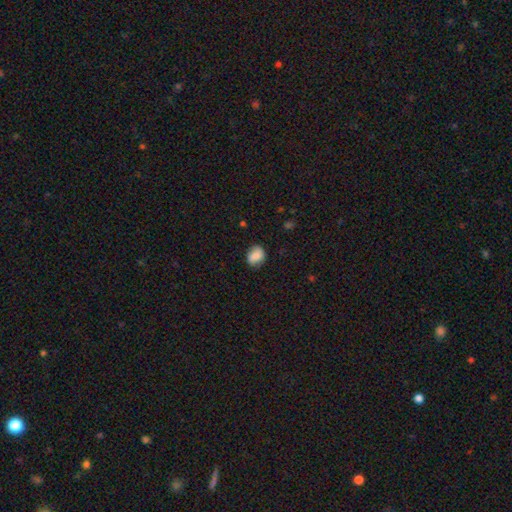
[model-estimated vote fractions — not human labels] Morphology: type=smooth (82%); roundness=in between (50%); merging=none (73%).